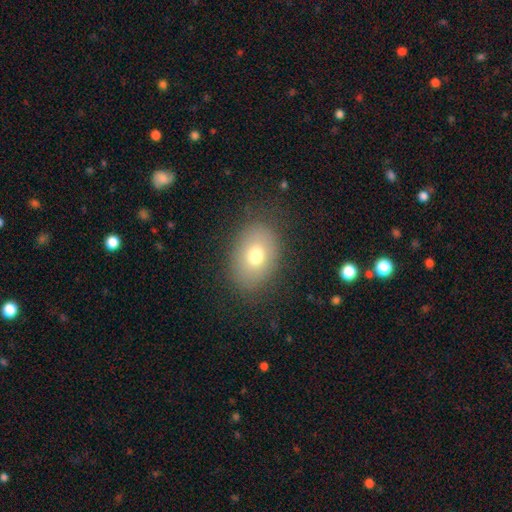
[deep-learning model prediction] Q: Smooth or featured?
A: smooth (72%); runner-up: featured or disk (17%)
Q: How rounded?
A: in between (72%); runner-up: round (27%)
Q: Merging?
A: none (82%); runner-up: minor disturbance (12%)